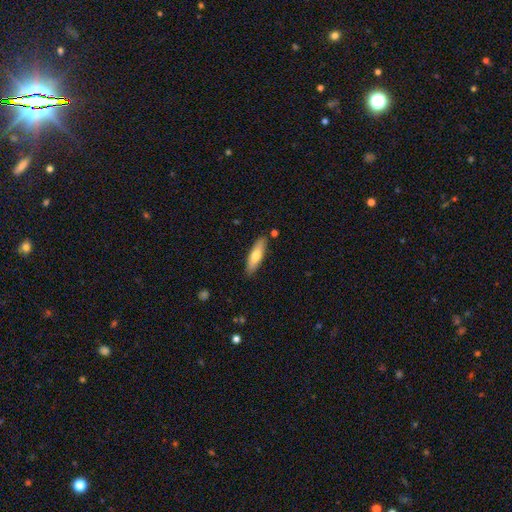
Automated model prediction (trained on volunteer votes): Smooth or featured?
  - smooth: 66% *
  - featured or disk: 29%
  - star or artifact: 6%
How rounded?
  - cigar-shaped: 60% *
  - in between: 38%
  - round: 2%
Merging?
  - none: 86% *
  - minor disturbance: 10%
  - merger: 2%
  - major disturbance: 2%